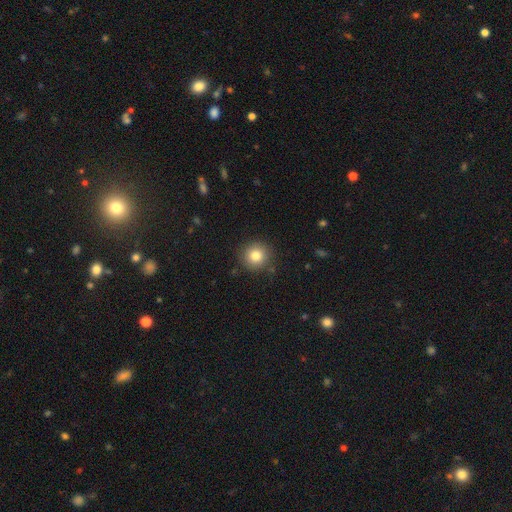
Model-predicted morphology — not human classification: This appears to be a smooth galaxy with no disk features (81%) that is round (93%). Merging: none (88%).